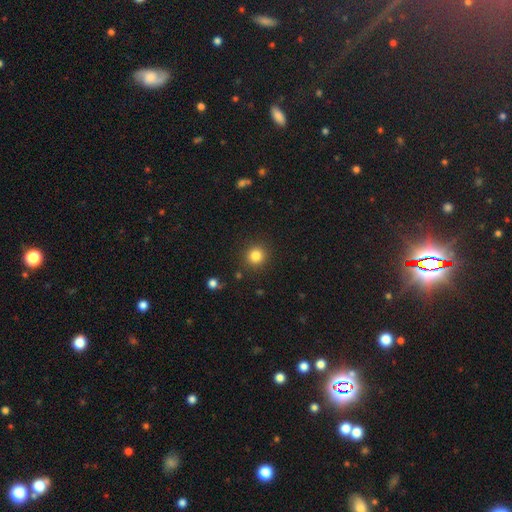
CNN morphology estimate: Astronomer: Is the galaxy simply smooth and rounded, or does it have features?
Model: smooth — 83%.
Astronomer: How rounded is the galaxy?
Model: round — 93%.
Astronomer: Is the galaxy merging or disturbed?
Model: none — 89%.